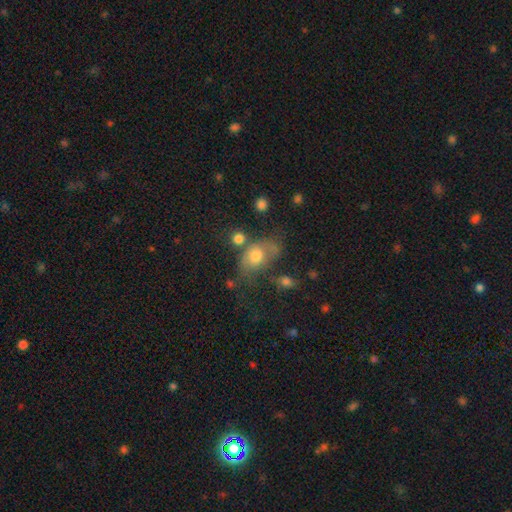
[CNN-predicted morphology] A smooth galaxy with no disk features (66%) that is in between round and cigar-shaped (70%).

Vote fractions:
- Smooth or featured? smooth: 66% / featured or disk: 23% / star or artifact: 12%
- How rounded? in between: 70% / round: 28% / cigar-shaped: 2%
- Merging? none: 39% / minor disturbance: 26% / major disturbance: 20% / merger: 16%